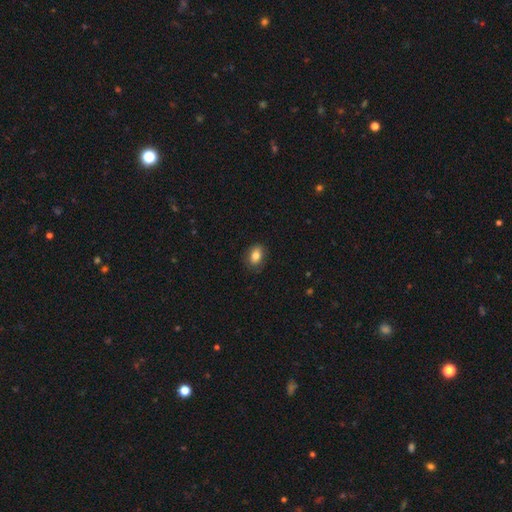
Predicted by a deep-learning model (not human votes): The model was most divided on "how rounded": in between: 77%, round: 21%, cigar-shaped: 2%. More confident: merging — none (84%); smooth or featured — smooth (81%).